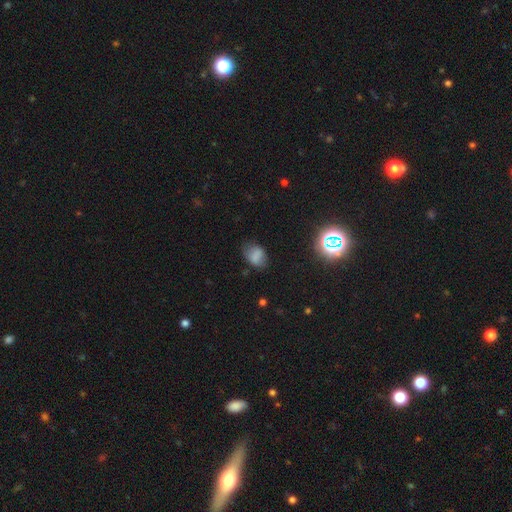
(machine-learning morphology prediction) Q: Smooth or featured?
A: smooth (73%); runner-up: star or artifact (15%)
Q: How rounded?
A: in between (74%); runner-up: round (25%)
Q: Merging?
A: none (64%); runner-up: minor disturbance (25%)